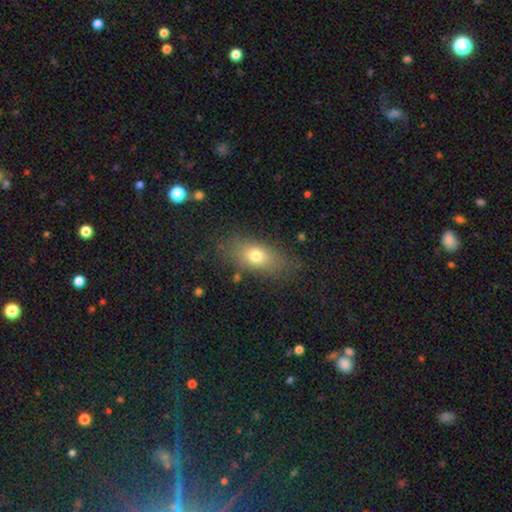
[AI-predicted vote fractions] smooth 72%, featured or disk 17%, star or artifact 11%. Down the decision tree: how rounded — in between (76%); merging — none (76%).